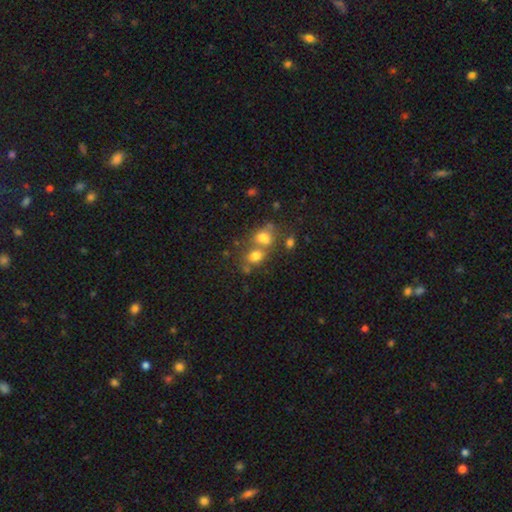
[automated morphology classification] Q: Smooth or featured?
A: smooth (71%); runner-up: star or artifact (15%)
Q: How rounded?
A: in between (51%); runner-up: round (48%)
Q: Merging?
A: merger (47%); runner-up: none (38%)